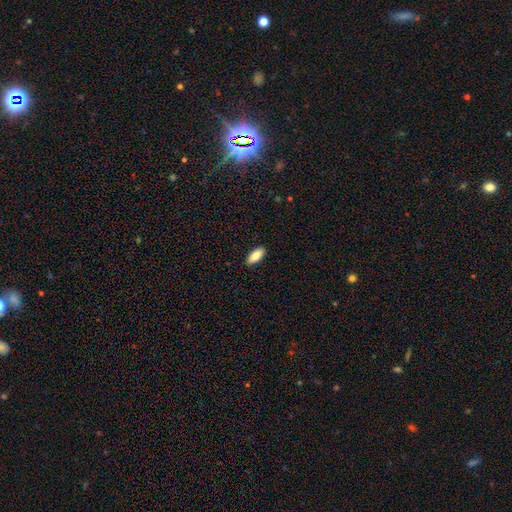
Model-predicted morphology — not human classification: smooth_or_featured: smooth (p=0.84) [alt: featured or disk p=0.10]
how_rounded: in between (p=0.87) [alt: cigar-shaped p=0.11]
merging: none (p=0.89) [alt: minor disturbance p=0.08]